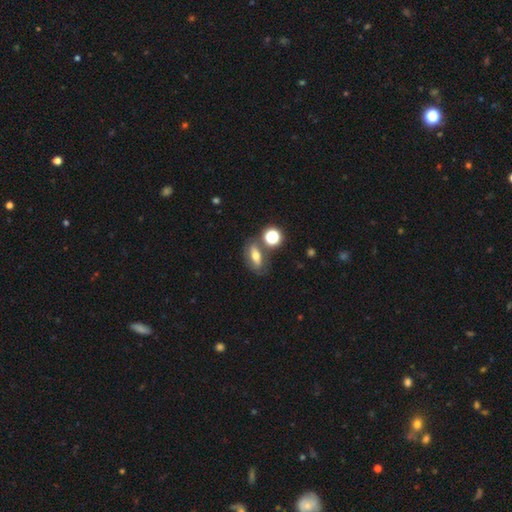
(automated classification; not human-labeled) This is possibly a smooth galaxy (52%). How rounded: likely in between (66%). Merging: likely none (64%).